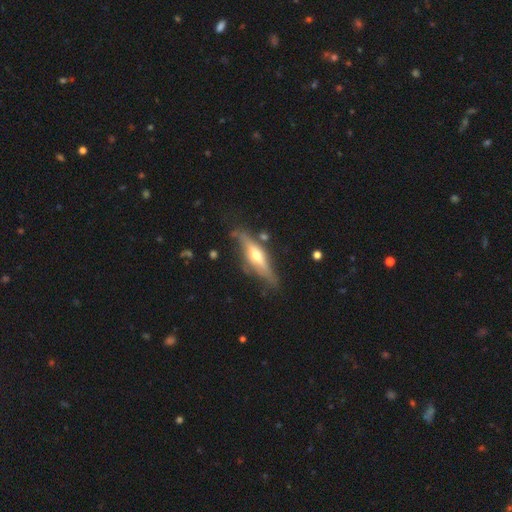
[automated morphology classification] A featured or disk galaxy (71%) viewed edge-on (92%) with a rounded central bulge (91%).

Vote fractions:
- Smooth or featured? featured or disk: 71% / smooth: 23% / star or artifact: 6%
- Edge-on disk? yes: 92% / no: 8%
- Edge-on bulge? rounded: 91% / boxy: 5% / none: 4%
- Merging? none: 76% / minor disturbance: 16% / major disturbance: 5% / merger: 4%